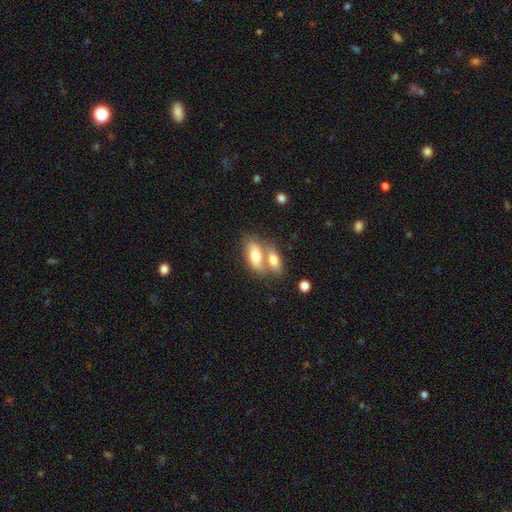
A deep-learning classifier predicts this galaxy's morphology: This is likely a smooth galaxy (71%). How rounded: clearly in between (86%). Merging: likely merger (60%).